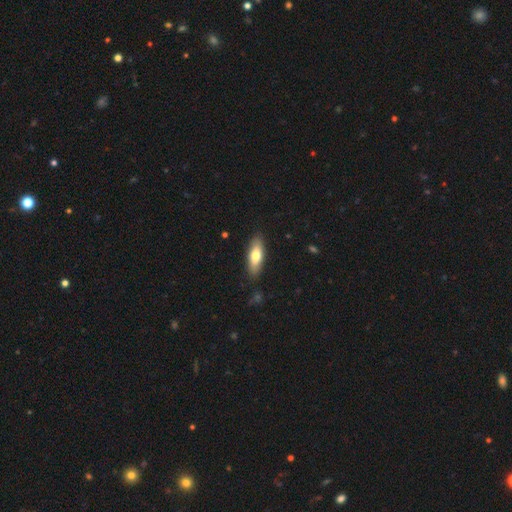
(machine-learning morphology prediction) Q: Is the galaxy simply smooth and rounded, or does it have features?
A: smooth — 69%.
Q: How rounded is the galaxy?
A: in between — 65%.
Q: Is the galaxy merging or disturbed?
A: none — 86%.